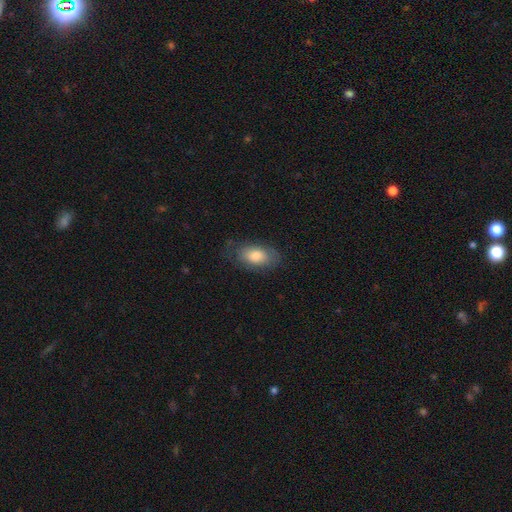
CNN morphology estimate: Smooth or featured? Predicted: smooth (p=0.74). How rounded? Predicted: in between (p=0.91). Merging? Predicted: none (p=0.73).